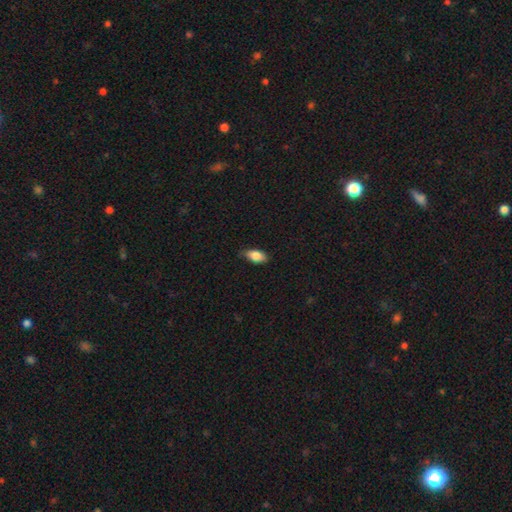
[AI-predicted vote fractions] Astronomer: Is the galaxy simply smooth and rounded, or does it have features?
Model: smooth — 82%.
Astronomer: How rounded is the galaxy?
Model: in between — 89%.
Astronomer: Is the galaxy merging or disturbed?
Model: none — 75%.